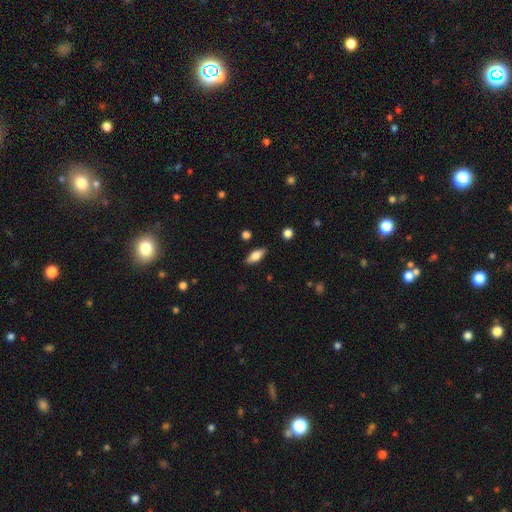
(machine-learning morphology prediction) smooth 71%, featured or disk 22%, star or artifact 7%. Down the decision tree: how rounded — in between (76%); merging — none (85%).